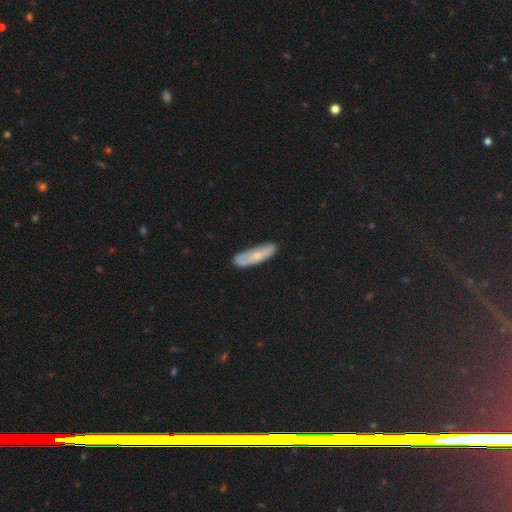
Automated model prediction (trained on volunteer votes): Smooth or featured: smooth — 59% (featured or disk — 33%)
How rounded: cigar-shaped — 58% (in between — 39%)
Merging: none — 77% (minor disturbance — 17%)